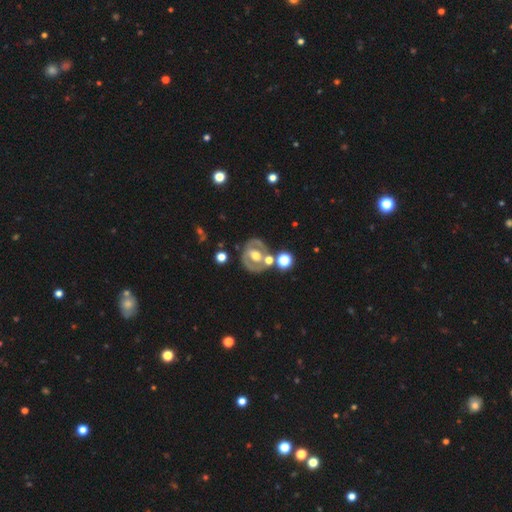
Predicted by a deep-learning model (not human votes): Overall: featured or disk (69%). Edge-on disk: no (96%). Bar: no (42%; weak 35%). Spiral arms: no (53%; yes 47%). Bulge size: moderate (68%). Merging: none (65%).